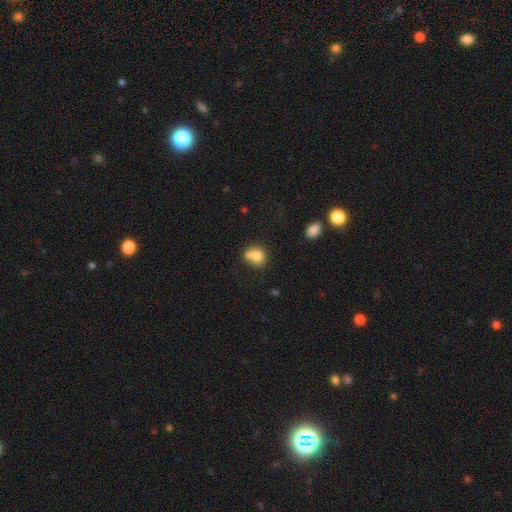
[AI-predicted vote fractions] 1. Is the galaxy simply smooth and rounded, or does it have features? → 76% smooth, 14% featured or disk, 10% star or artifact.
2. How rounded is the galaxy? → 75% round, 24% in between, 1% cigar-shaped.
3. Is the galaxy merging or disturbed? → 45% merger, 40% none, 12% minor disturbance, 4% major disturbance.